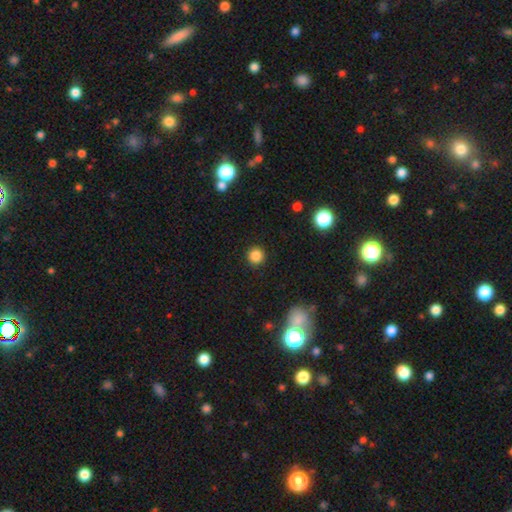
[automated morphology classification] A smooth galaxy with no disk features (85%) that is round (95%). Merging: none (92%).